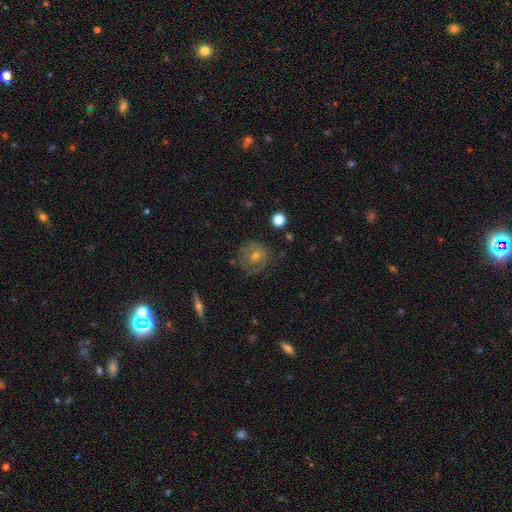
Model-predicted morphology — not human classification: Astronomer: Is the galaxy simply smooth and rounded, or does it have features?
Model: featured or disk — 56% (runner-up: smooth, 32%).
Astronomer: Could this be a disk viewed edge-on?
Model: no — 94%.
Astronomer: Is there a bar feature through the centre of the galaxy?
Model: no — 76%.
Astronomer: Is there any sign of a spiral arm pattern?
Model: yes — 64%.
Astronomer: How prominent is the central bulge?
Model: moderate — 47%, tied with small at 47%.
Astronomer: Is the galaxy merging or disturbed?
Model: none — 71%.